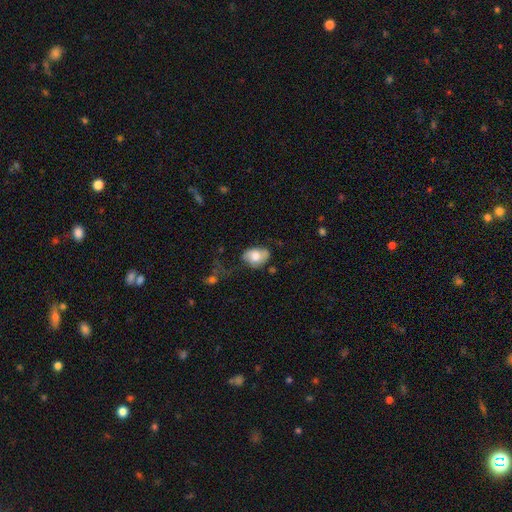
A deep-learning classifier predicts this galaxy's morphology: Smooth or featured? Predicted: smooth (p=0.67). How rounded? Predicted: in between (p=0.73). Merging? Predicted: none (p=0.49).